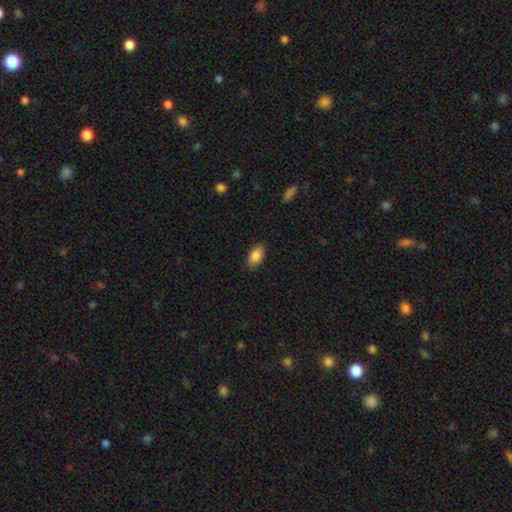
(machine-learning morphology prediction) type=smooth (87%); roundness=in between (93%); merging=none (87%).